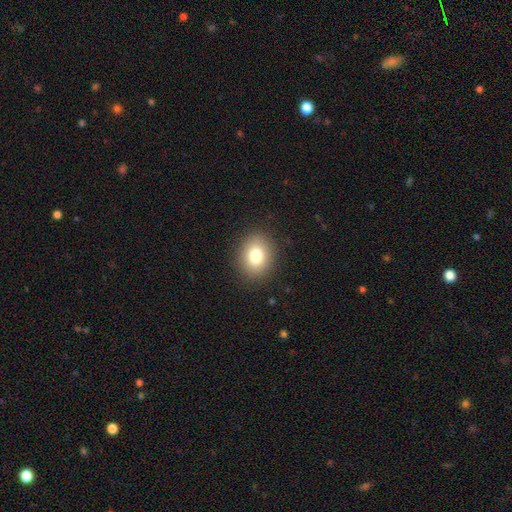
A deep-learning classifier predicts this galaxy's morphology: Smooth or featured?
  - smooth: 80% *
  - star or artifact: 11%
  - featured or disk: 10%
How rounded?
  - round: 50% *
  - in between: 49%
  - cigar-shaped: 1%
Merging?
  - none: 88% *
  - minor disturbance: 8%
  - major disturbance: 3%
  - merger: 1%